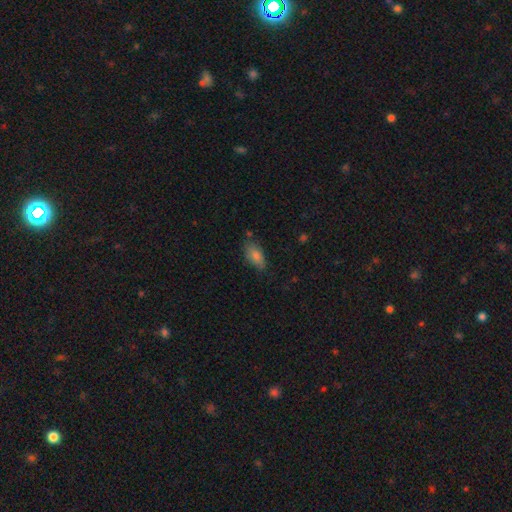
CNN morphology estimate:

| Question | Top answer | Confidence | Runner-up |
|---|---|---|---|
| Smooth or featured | smooth | 79% | featured or disk (12%) |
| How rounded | in between | 88% | cigar-shaped (9%) |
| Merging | none | 73% | minor disturbance (19%) |